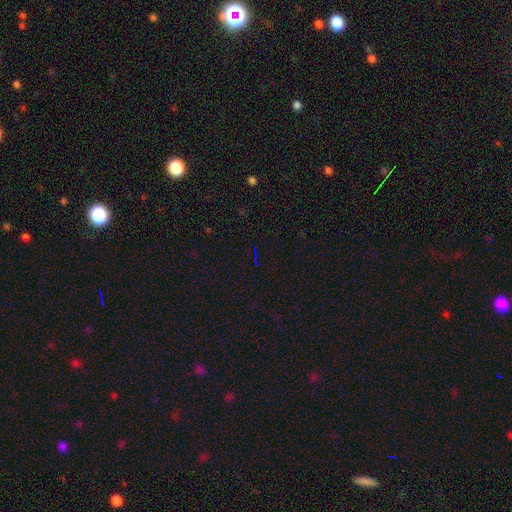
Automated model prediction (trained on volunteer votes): Smooth or featured?
  - star or artifact: 76% *
  - smooth: 14%
  - featured or disk: 10%